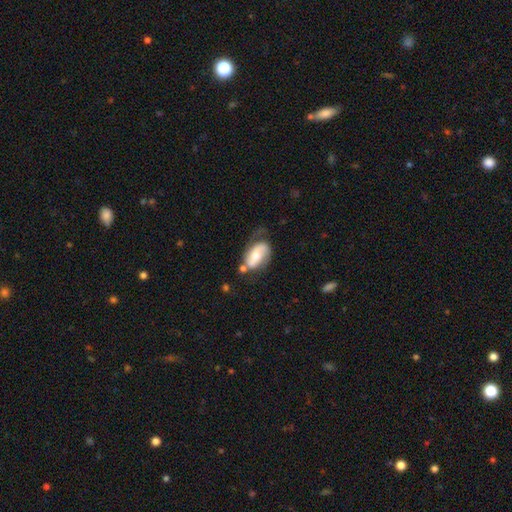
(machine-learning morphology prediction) Smooth or featured? featured or disk (54%)
Edge-on disk? no (95%)
Bar? no (50%)
Spiral arms? yes (80%)
Bulge size? moderate (50%)
Merging? none (40%)